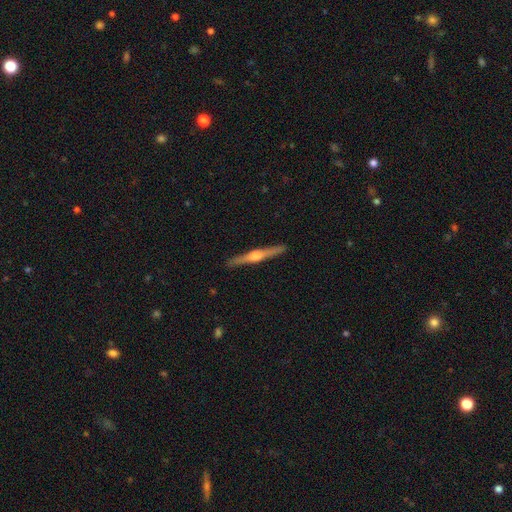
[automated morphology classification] This is likely a featured or disk galaxy (79%). It is clearly viewed edge-on (98%). Edge-on bulge: clearly rounded (90%). Merging: clearly none (92%).